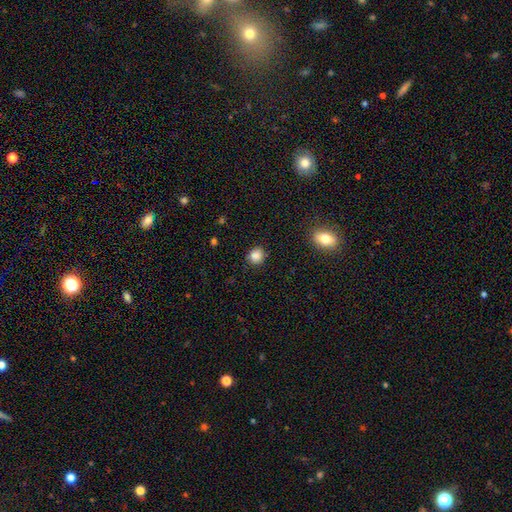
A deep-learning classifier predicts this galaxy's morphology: smooth-or-featured: smooth: 85% | star or artifact: 11% | featured or disk: 4%
  how-rounded: round: 84% | in between: 15% | cigar-shaped: 1%
  merging: none: 83% | minor disturbance: 12% | major disturbance: 3% | merger: 2%